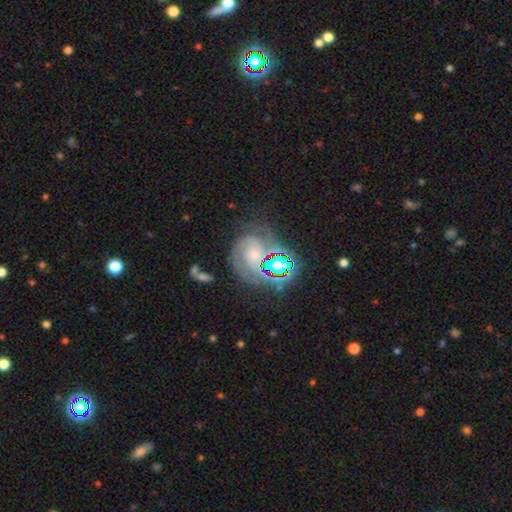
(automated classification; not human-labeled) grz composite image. It shows a featured or disk galaxy (69%) with no bar (66%), 2 (58%) tight (53%) spiral arms (95%) and a small central bulge (49%). Merging: none (57%).